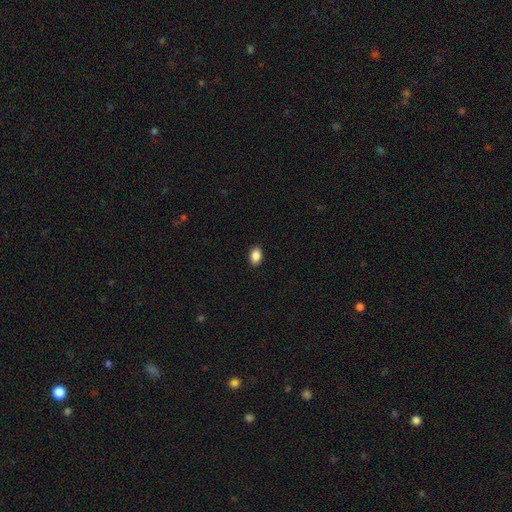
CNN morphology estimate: The model was most divided on "how rounded": in between: 84%, round: 15%, cigar-shaped: 1%. More confident: merging — none (90%); smooth or featured — smooth (88%).